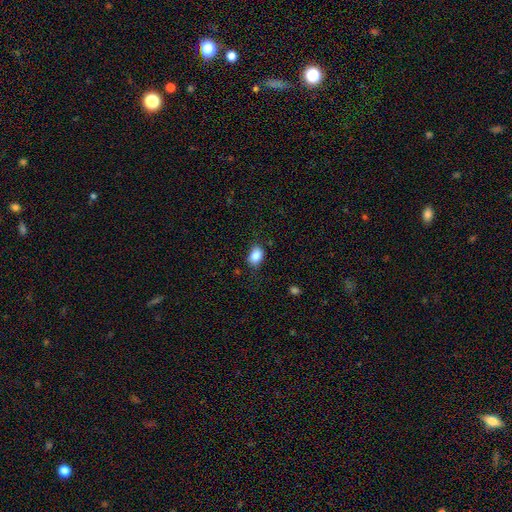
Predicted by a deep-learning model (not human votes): smooth-or-featured: smooth: 86% | star or artifact: 9% | featured or disk: 5%
  how-rounded: in between: 74% | round: 25% | cigar-shaped: 1%
  merging: none: 75% | minor disturbance: 18% | major disturbance: 5% | merger: 1%